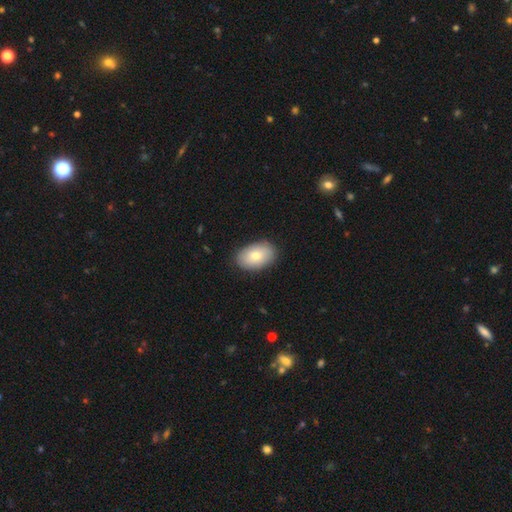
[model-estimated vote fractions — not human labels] Smooth or featured?
  - smooth: 76% *
  - featured or disk: 17%
  - star or artifact: 7%
How rounded?
  - in between: 89% *
  - round: 10%
  - cigar-shaped: 1%
Merging?
  - none: 87% *
  - minor disturbance: 10%
  - major disturbance: 2%
  - merger: 1%